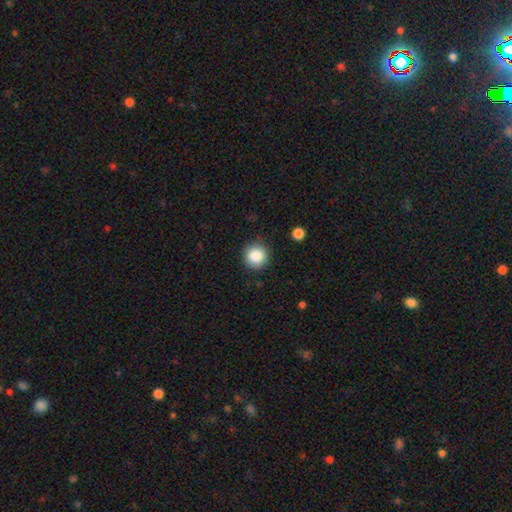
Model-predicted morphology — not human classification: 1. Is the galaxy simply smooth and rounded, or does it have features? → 86% smooth, 9% star or artifact, 4% featured or disk.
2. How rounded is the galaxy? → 93% round, 6% in between, 1% cigar-shaped.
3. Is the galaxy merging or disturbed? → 88% none, 8% minor disturbance, 2% major disturbance, 1% merger.